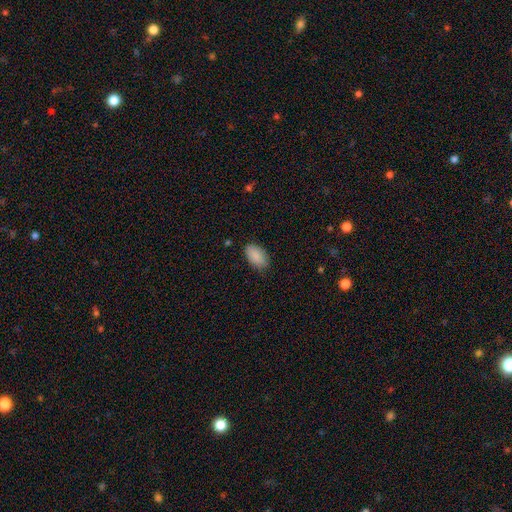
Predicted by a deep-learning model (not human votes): This is clearly a smooth galaxy (89%). How rounded: clearly in between (93%). Merging: clearly none (82%).